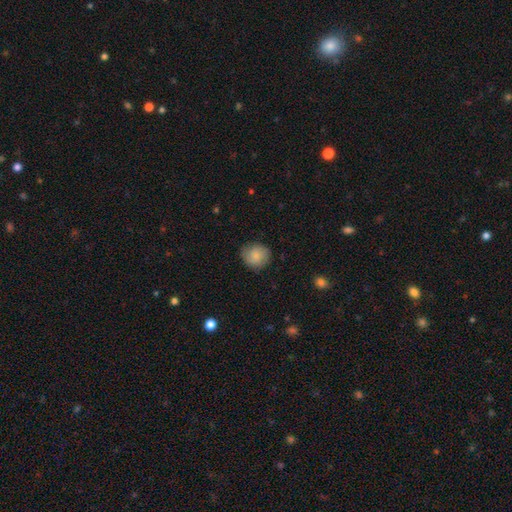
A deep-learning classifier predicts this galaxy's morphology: type=smooth (82%); roundness=round (82%); merging=none (80%).